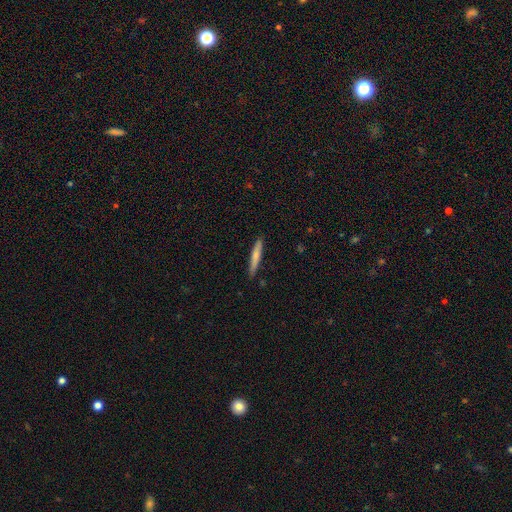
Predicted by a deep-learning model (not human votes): Smooth or featured? Predicted: smooth (p=0.70). How rounded? Predicted: cigar-shaped (p=0.94). Merging? Predicted: none (p=0.87).